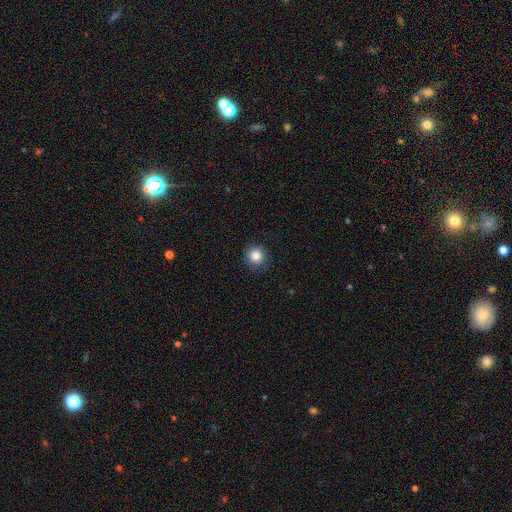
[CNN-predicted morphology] This is clearly a smooth galaxy (84%). How rounded: clearly round (92%). Merging: clearly none (87%).